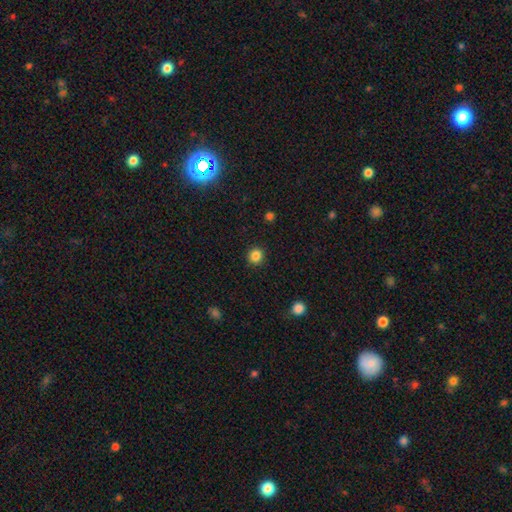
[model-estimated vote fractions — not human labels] This appears to be a smooth galaxy with no disk features (85%) that is round (93%). Merging: none (92%).